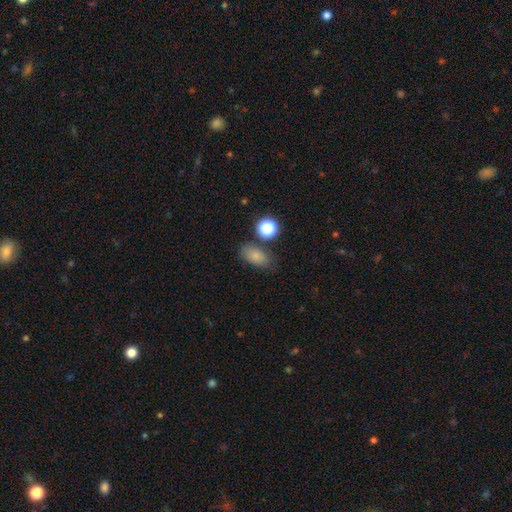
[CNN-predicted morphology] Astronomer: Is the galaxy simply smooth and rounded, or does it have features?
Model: smooth — 80%.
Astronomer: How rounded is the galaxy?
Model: in between — 84%.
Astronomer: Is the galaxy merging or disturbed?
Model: none — 72%.